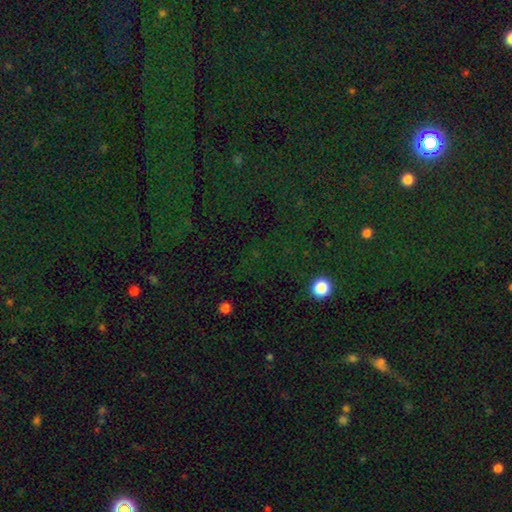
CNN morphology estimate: Smooth or featured: star or artifact — 76% (smooth — 15%)